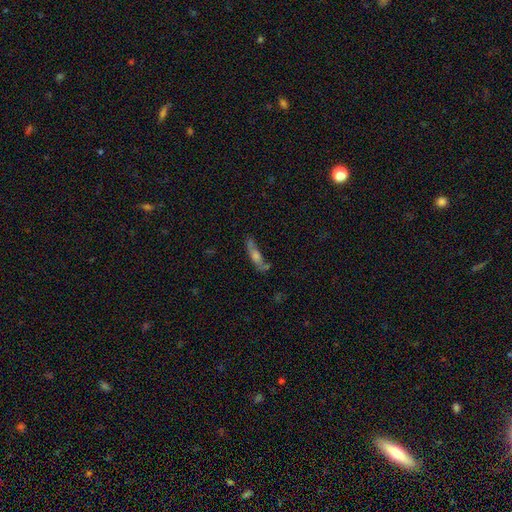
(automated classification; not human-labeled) Smooth or featured?
  - featured or disk: 48% *
  - smooth: 38%
  - star or artifact: 14%
Merging?
  - none: 57% *
  - minor disturbance: 22%
  - major disturbance: 12%
  - merger: 9%